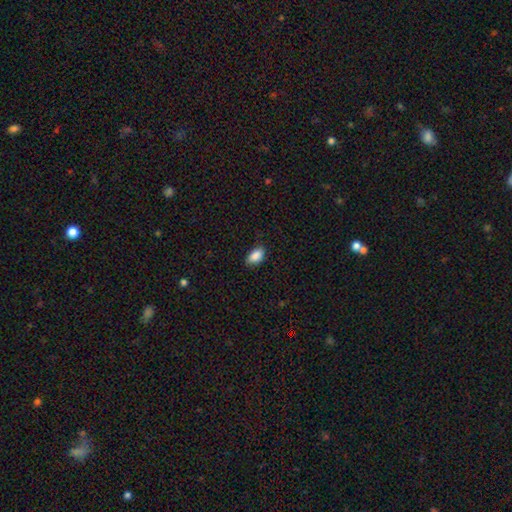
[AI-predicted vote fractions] Q: Smooth or featured?
A: smooth (88%); runner-up: star or artifact (8%)
Q: How rounded?
A: in between (91%); runner-up: round (6%)
Q: Merging?
A: none (74%); runner-up: minor disturbance (21%)